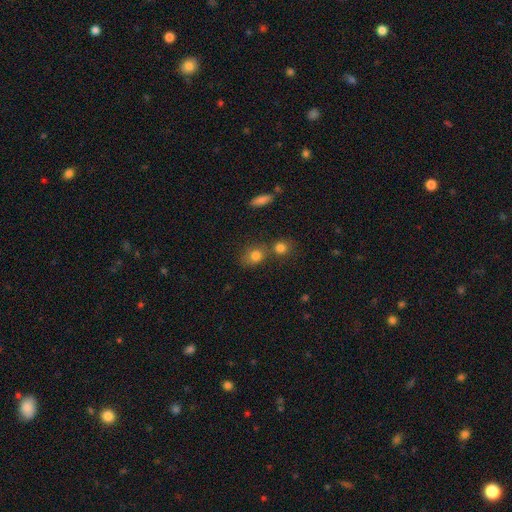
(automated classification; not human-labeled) smooth_or_featured: smooth (p=0.79) [alt: star or artifact p=0.12]
how_rounded: round (p=0.56) [alt: in between p=0.42]
merging: none (p=0.50) [alt: merger p=0.33]